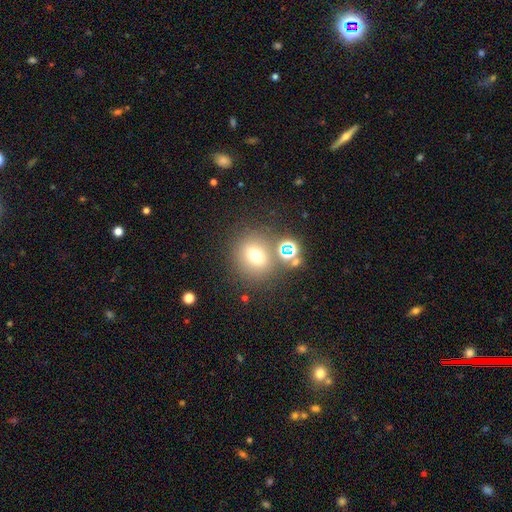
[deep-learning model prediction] smooth-or-featured: smooth: 67% | star or artifact: 20% | featured or disk: 14%
  how-rounded: round: 77% | in between: 22% | cigar-shaped: 1%
  merging: none: 73% | merger: 11% | minor disturbance: 10% | major disturbance: 5%